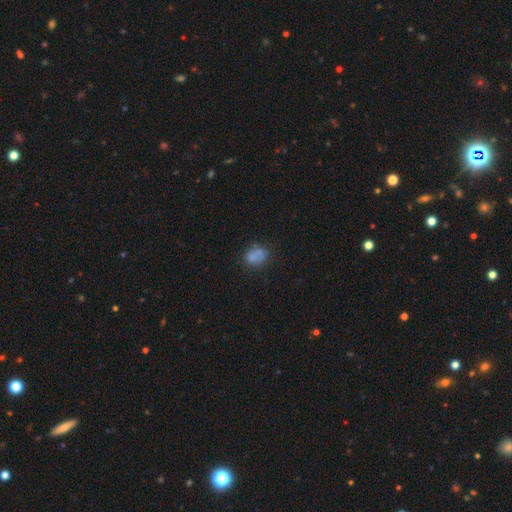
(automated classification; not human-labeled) A smooth galaxy with no disk features (67%) that is round (51%).

Vote fractions:
- Smooth or featured? smooth: 67% / featured or disk: 20% / star or artifact: 13%
- How rounded? round: 51% / in between: 47% / cigar-shaped: 1%
- Merging? none: 51% / merger: 25% / minor disturbance: 17% / major disturbance: 7%